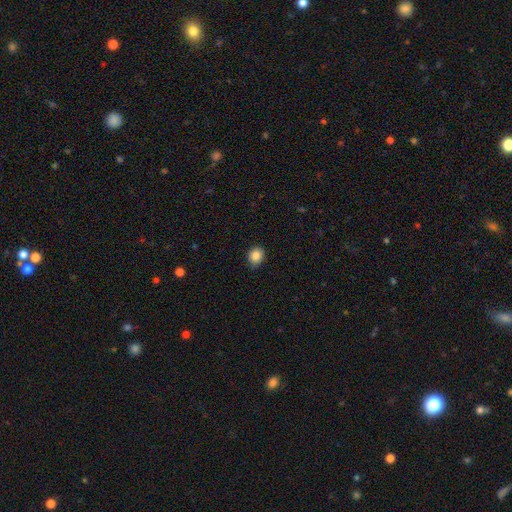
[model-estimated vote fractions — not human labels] smooth-or-featured: smooth: 85% | star or artifact: 10% | featured or disk: 5%
  how-rounded: round: 66% | in between: 33% | cigar-shaped: 1%
  merging: none: 80% | minor disturbance: 17% | major disturbance: 2% | merger: 1%